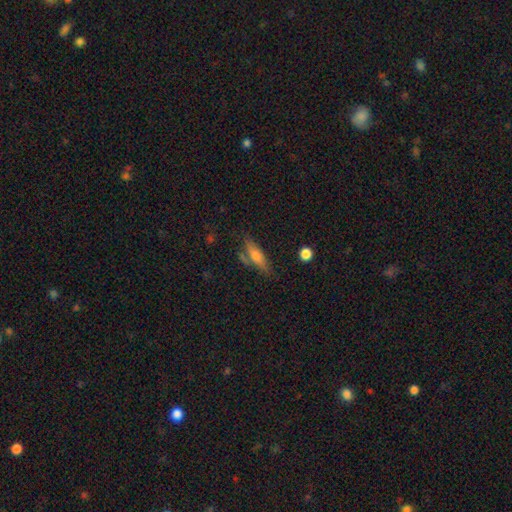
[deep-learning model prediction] Smooth or featured: smooth — 58% (featured or disk — 33%)
How rounded: cigar-shaped — 64% (in between — 33%)
Merging: none — 66% (minor disturbance — 18%)